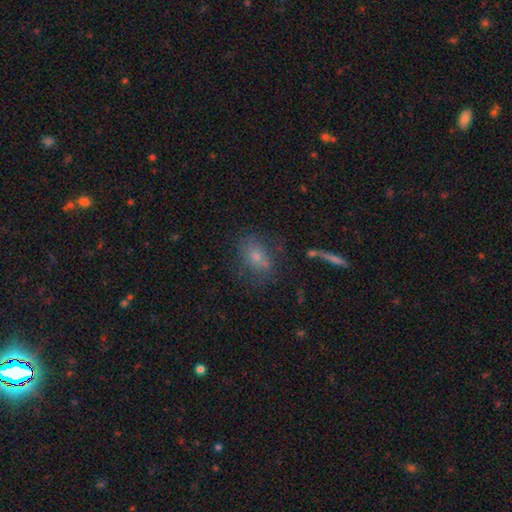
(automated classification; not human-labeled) Smooth or featured?
  - smooth: 67% *
  - featured or disk: 19%
  - star or artifact: 13%
How rounded?
  - in between: 70% *
  - round: 27%
  - cigar-shaped: 3%
Merging?
  - none: 61% *
  - minor disturbance: 19%
  - merger: 10%
  - major disturbance: 9%